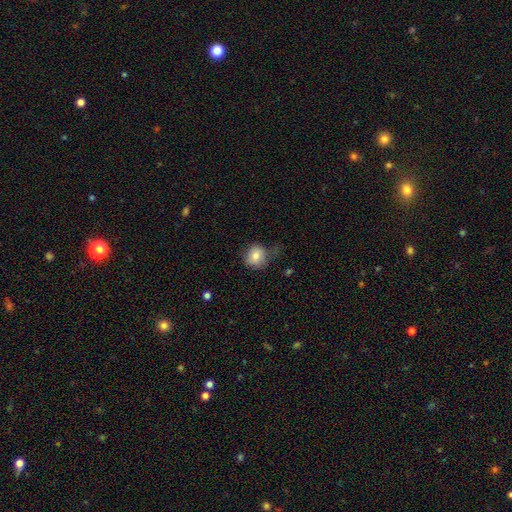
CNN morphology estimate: type=smooth (79%); roundness=round (79%); merging=none (58%).